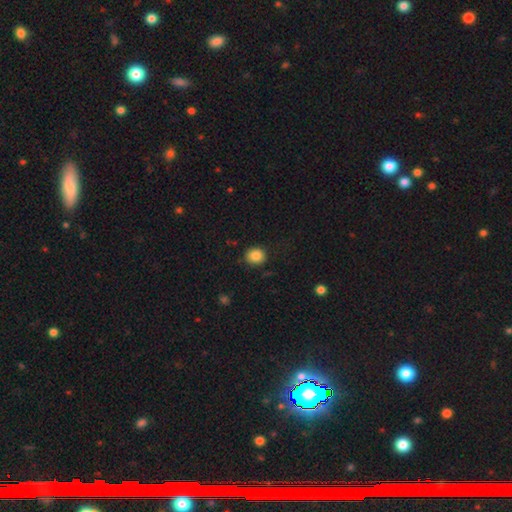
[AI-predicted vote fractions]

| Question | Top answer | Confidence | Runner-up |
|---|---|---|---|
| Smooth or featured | smooth | 86% | star or artifact (9%) |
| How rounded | round | 77% | in between (22%) |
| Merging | none | 86% | minor disturbance (10%) |